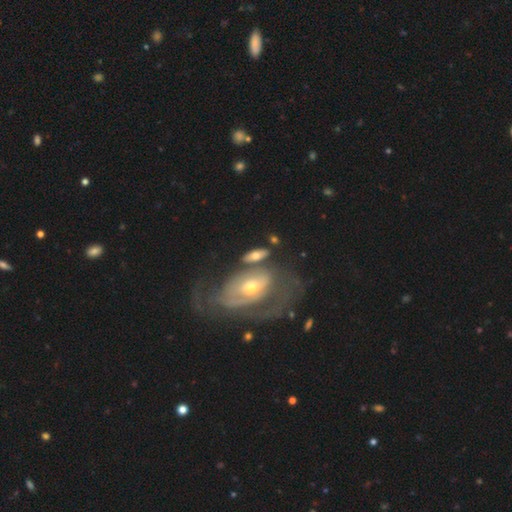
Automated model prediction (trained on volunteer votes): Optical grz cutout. It shows a smooth galaxy with no disk features (50%). Merging: none (50%).